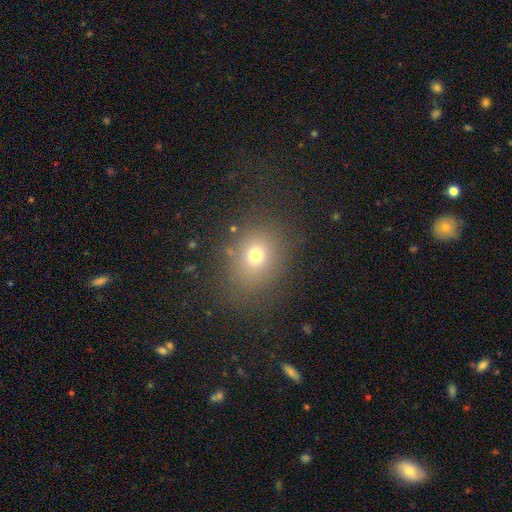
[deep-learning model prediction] A smooth galaxy with no disk features (70%) that is round (63%). Merging: none (80%).